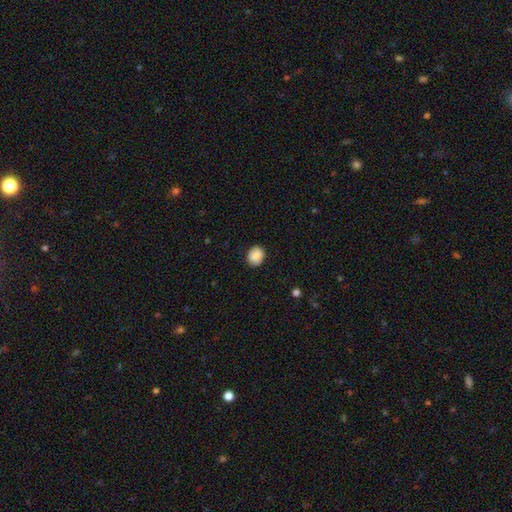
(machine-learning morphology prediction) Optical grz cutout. It shows a smooth galaxy with no disk features (86%) that is round (64%). Merging: none (87%).